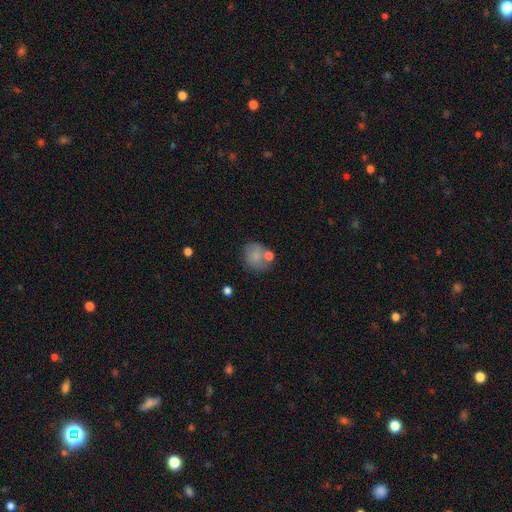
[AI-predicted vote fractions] Morphology: type=smooth (73%); roundness=round (70%); merging=none (53%).